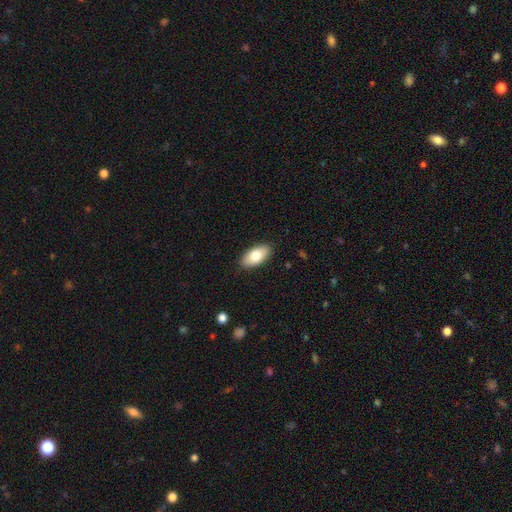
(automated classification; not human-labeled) The model was most divided on "smooth or featured": smooth: 79%, featured or disk: 15%, star or artifact: 6%. More confident: how rounded — in between (93%); merging — none (88%).